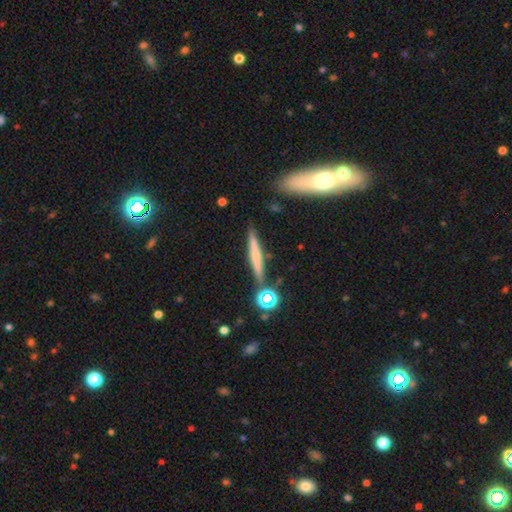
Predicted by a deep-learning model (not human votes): Overall: smooth (52%; featured or disk 39%). How rounded: cigar-shaped (92%). Merging: none (82%).